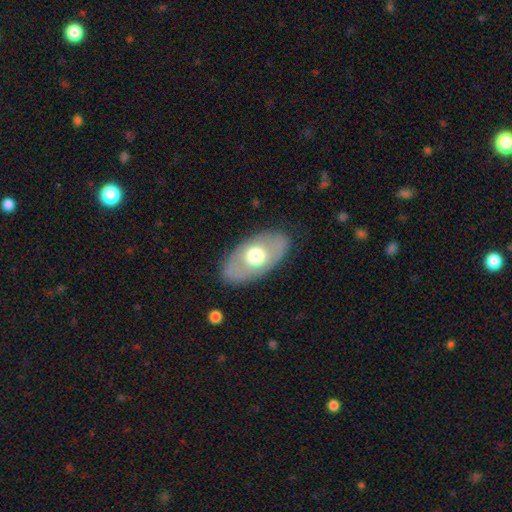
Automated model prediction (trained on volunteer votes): A smooth galaxy with no disk features (48%).

Vote fractions:
- Smooth or featured? smooth: 48% / featured or disk: 46% / star or artifact: 5%
- Merging? none: 84% / minor disturbance: 12% / major disturbance: 3% / merger: 1%